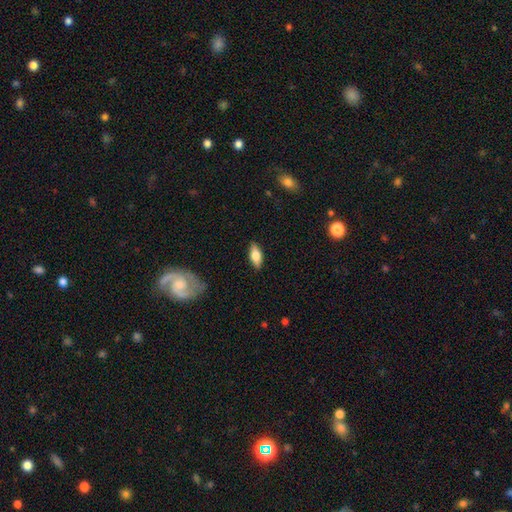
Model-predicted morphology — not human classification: Smooth or featured? smooth (67%)
How rounded? in between (79%)
Merging? none (86%)